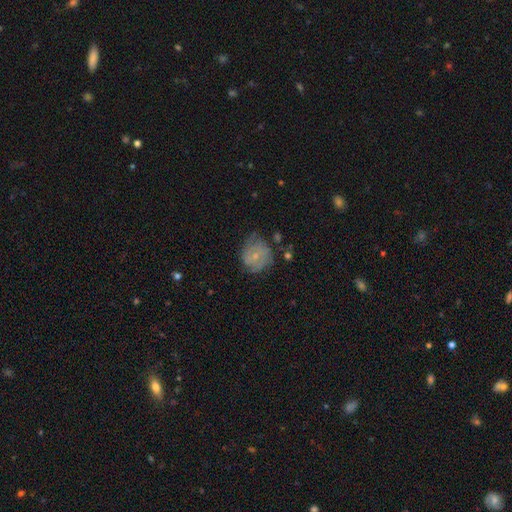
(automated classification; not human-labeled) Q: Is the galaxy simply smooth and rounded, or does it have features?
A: featured or disk — 48%.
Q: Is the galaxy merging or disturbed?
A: none — 52%.